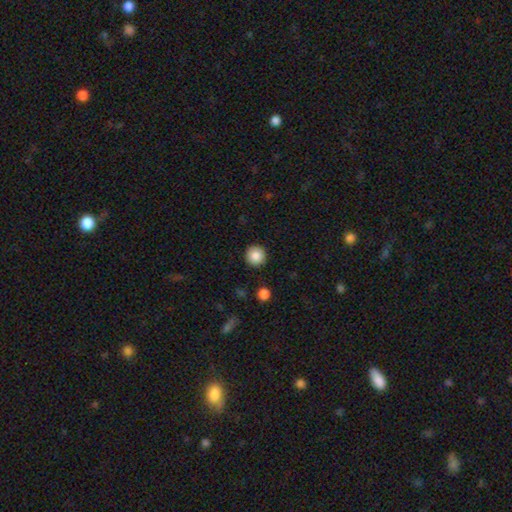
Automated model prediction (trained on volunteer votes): The model was most divided on "smooth or featured": smooth: 86%, star or artifact: 9%, featured or disk: 5%. More confident: how rounded — round (95%); merging — none (92%).